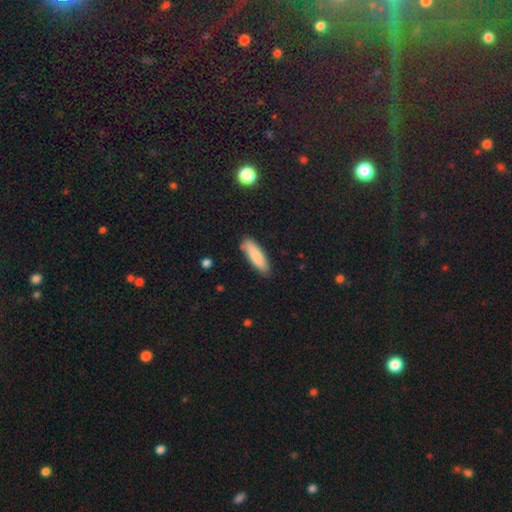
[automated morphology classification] Smooth or featured? Predicted: smooth (p=0.83). How rounded? Predicted: cigar-shaped (p=0.61). Merging? Predicted: none (p=0.84).